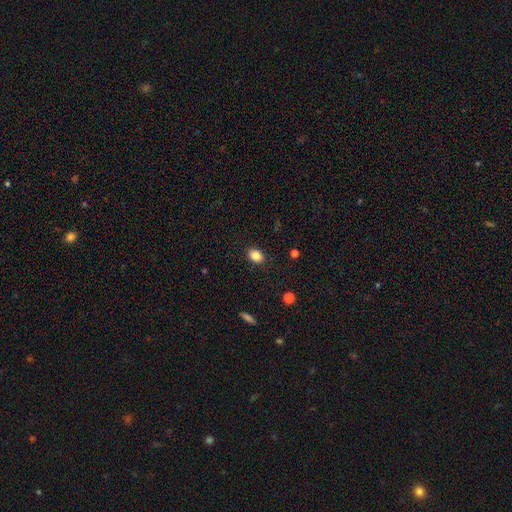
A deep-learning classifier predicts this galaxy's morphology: Smooth or featured? smooth (85%)
How rounded? in between (68%)
Merging? none (88%)